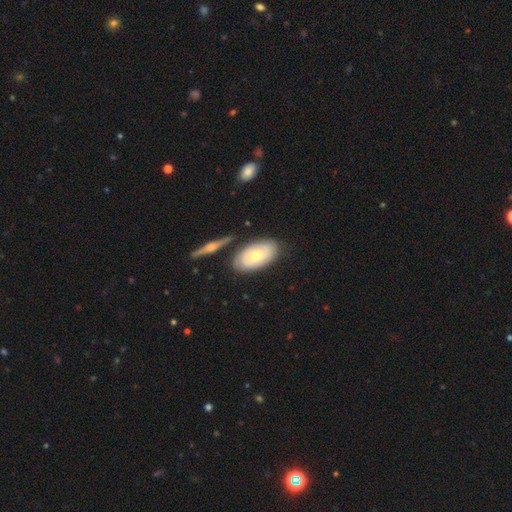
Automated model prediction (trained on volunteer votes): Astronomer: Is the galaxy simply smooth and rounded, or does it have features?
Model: smooth — 52% (runner-up: featured or disk, 42%).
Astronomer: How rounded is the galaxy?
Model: in between — 93%.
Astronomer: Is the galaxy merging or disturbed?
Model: none — 73%.